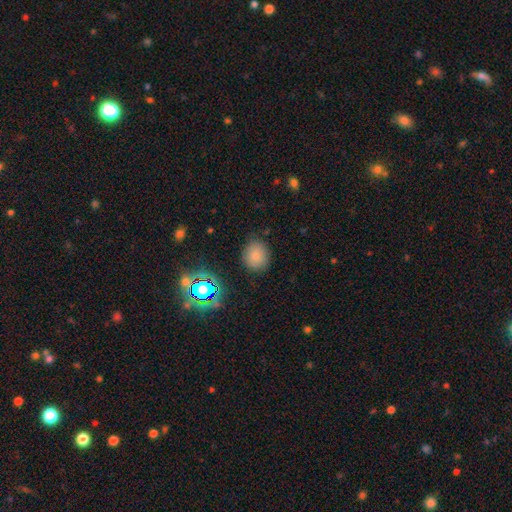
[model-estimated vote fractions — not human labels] A smooth galaxy with no disk features (78%) that is round (71%). Merging: none (83%).